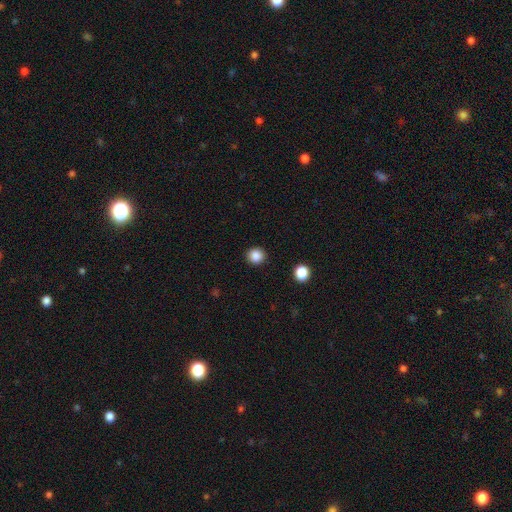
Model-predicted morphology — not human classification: A smooth galaxy with no disk features (86%) that is round (92%). Merging: none (91%).